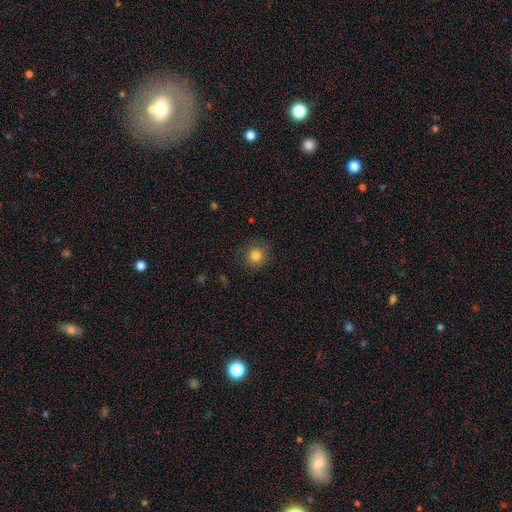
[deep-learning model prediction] Overall: smooth (81%). How rounded: round (92%). Merging: none (83%).